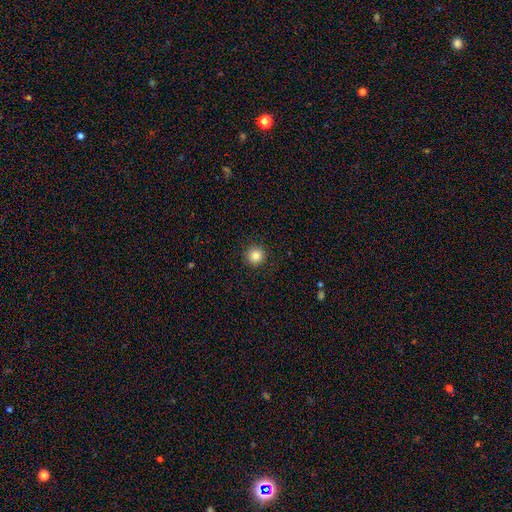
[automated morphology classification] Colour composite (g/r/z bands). It shows a smooth galaxy with no disk features (86%) that is round (95%). Merging: none (92%).